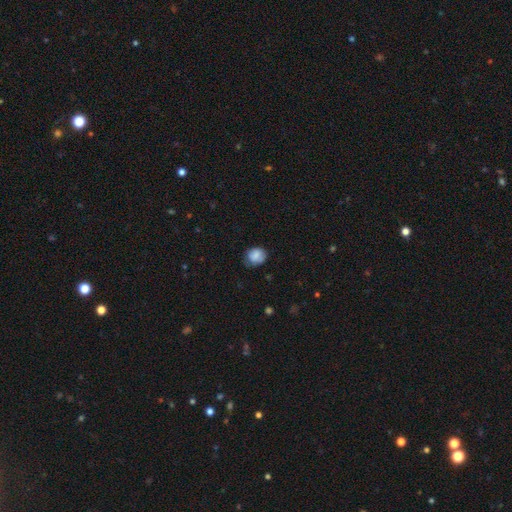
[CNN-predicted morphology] smooth_or_featured: smooth (p=0.82) [alt: featured or disk p=0.10]
how_rounded: round (p=0.63) [alt: in between p=0.36]
merging: none (p=0.64) [alt: minor disturbance p=0.28]